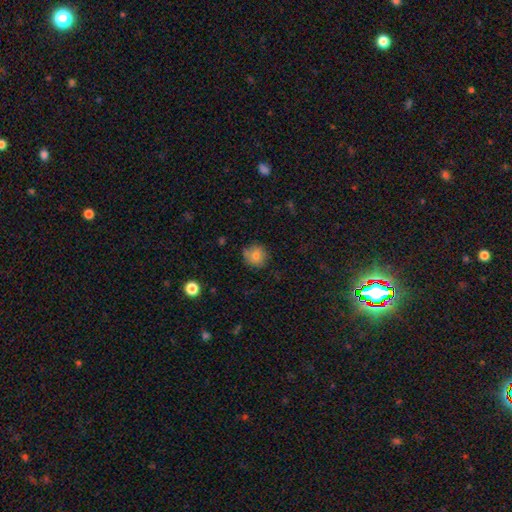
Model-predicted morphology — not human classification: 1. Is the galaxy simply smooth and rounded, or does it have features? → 79% smooth, 11% featured or disk, 10% star or artifact.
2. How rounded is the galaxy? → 91% round, 8% in between, 1% cigar-shaped.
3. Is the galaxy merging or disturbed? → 79% none, 14% minor disturbance, 5% merger, 3% major disturbance.